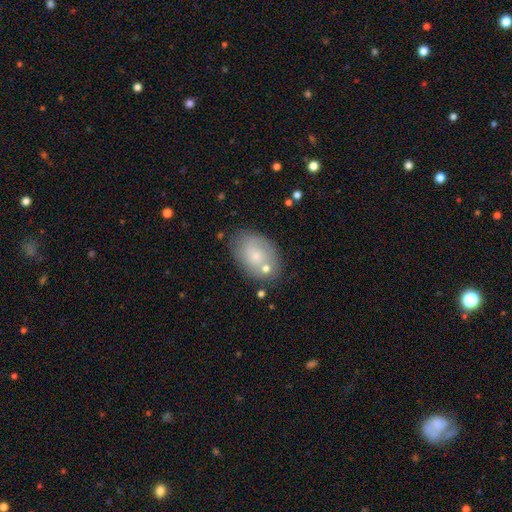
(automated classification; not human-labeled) This is likely a smooth galaxy (63%). How rounded: clearly in between (83%). Merging: likely none (66%).